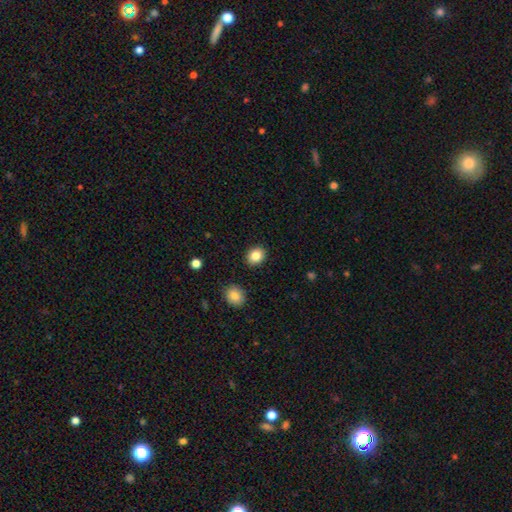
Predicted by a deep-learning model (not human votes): smooth 84%, star or artifact 9%, featured or disk 6%. Down the decision tree: how rounded — round (57%); merging — none (90%).